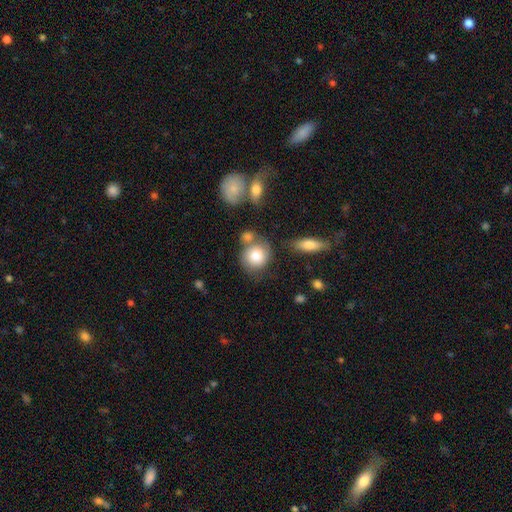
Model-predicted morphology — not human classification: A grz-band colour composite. It shows a smooth galaxy with no disk features (76%) that is round (82%). Merging: none (56%).